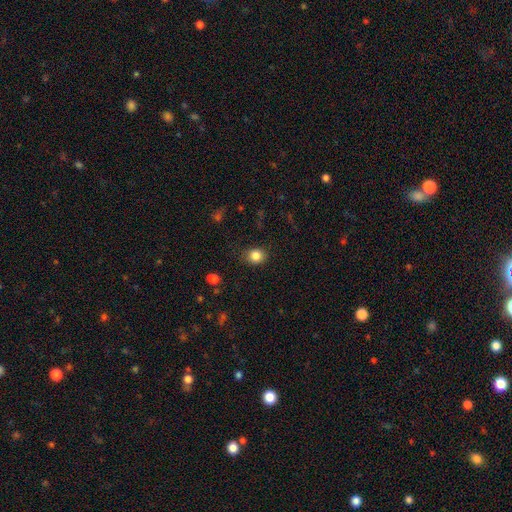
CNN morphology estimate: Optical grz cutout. It shows a smooth galaxy with no disk features (85%) that is round (69%). Merging: none (84%).